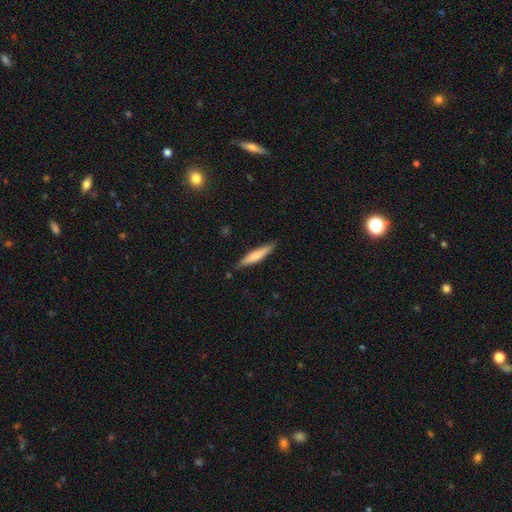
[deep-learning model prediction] Morphology: type=smooth (66%); roundness=cigar-shaped (89%); merging=none (85%).